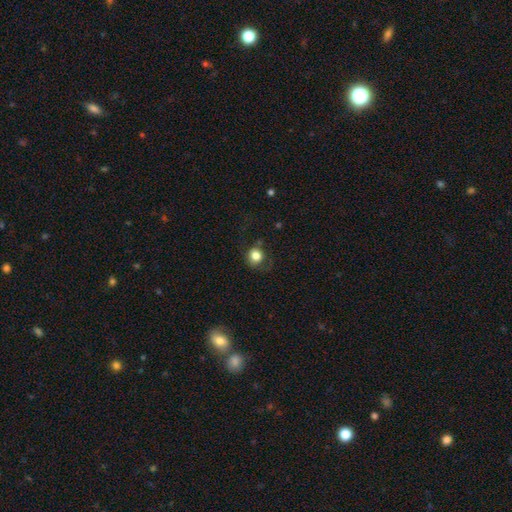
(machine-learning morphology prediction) A smooth galaxy with no disk features (82%) that is round (80%). Merging: none (66%).